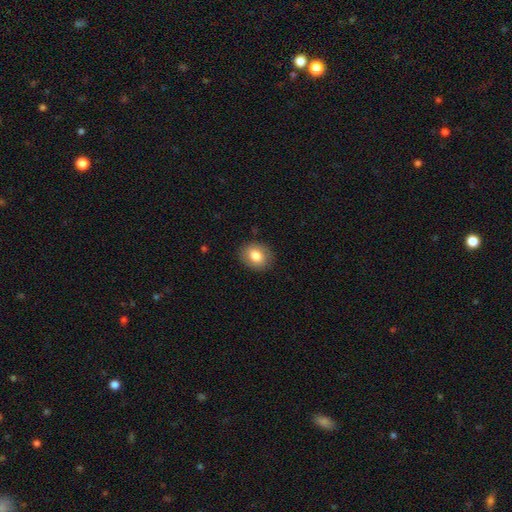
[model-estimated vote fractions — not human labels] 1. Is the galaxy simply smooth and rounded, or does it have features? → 81% smooth, 11% featured or disk, 8% star or artifact.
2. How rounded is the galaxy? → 57% round, 42% in between, 1% cigar-shaped.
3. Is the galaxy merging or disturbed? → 88% none, 8% minor disturbance, 2% major disturbance, 1% merger.